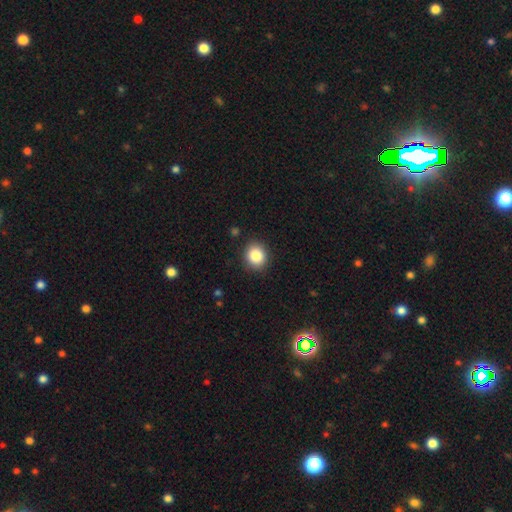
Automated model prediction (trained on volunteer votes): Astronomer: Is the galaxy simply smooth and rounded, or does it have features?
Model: smooth — 85%.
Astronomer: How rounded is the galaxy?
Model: round — 72%.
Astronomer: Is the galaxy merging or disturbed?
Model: none — 89%.